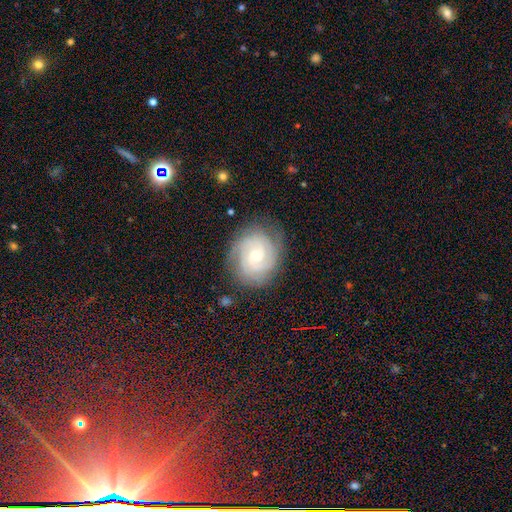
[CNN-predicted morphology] smooth_or_featured: featured or disk (p=0.82) [alt: smooth p=0.11]
disk_edge_on: no (p=0.97) [alt: yes p=0.03]
bar: no (p=0.68) [alt: weak p=0.27]
has_spiral_arms: yes (p=0.97) [alt: no p=0.03]
spiral_winding: tight (p=0.73) [alt: medium p=0.23]
spiral_arm_count: 3 (p=0.29) [alt: can't tell p=0.24]
bulge_size: small (p=0.61) [alt: moderate p=0.36]
merging: none (p=0.81) [alt: minor disturbance p=0.14]